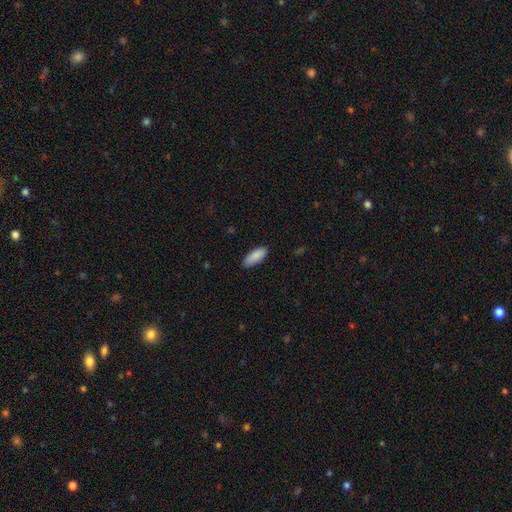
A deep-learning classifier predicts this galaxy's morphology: Smooth or featured? Predicted: smooth (p=0.89). How rounded? Predicted: in between (p=0.78). Merging? Predicted: none (p=0.86).